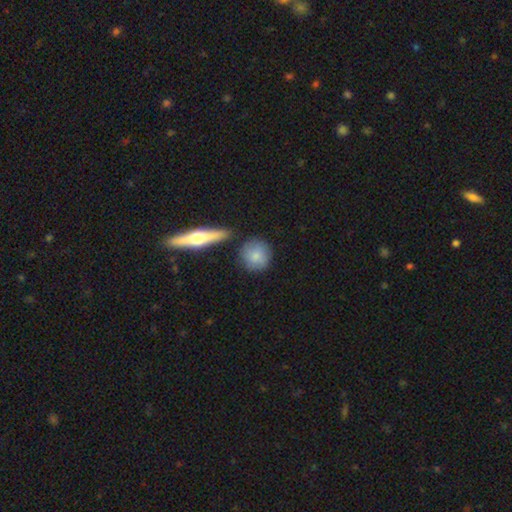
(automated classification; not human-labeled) Overall: smooth (80%). How rounded: round (88%). Merging: none (76%).